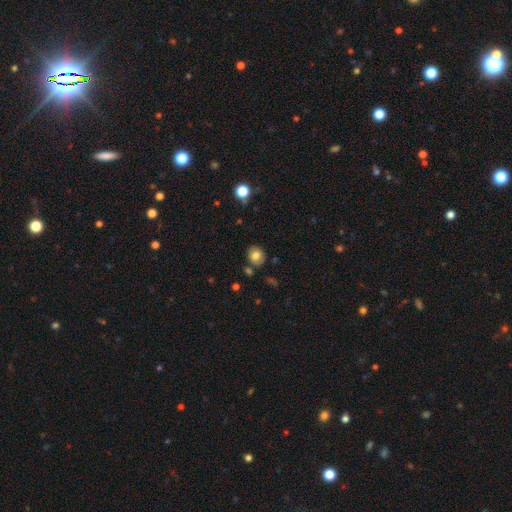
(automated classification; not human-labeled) This appears to be a smooth galaxy with no disk features (74%) that is round (69%). Merging: none (80%).